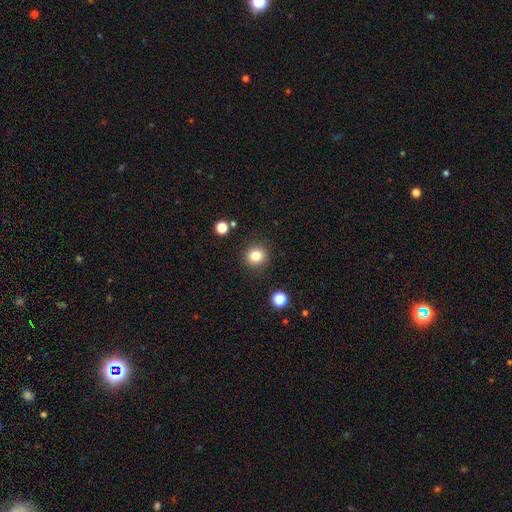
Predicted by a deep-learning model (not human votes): Morphology: type=smooth (81%); roundness=round (91%); merging=none (90%).